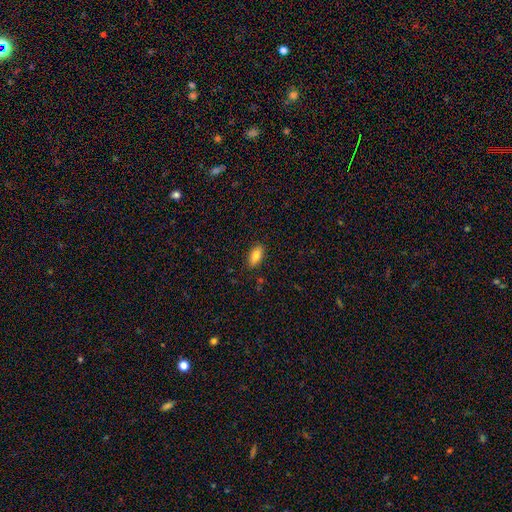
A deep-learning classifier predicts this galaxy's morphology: The model was most divided on "smooth or featured": smooth: 82%, featured or disk: 11%, star or artifact: 8%. More confident: how rounded — in between (89%); merging — none (87%).